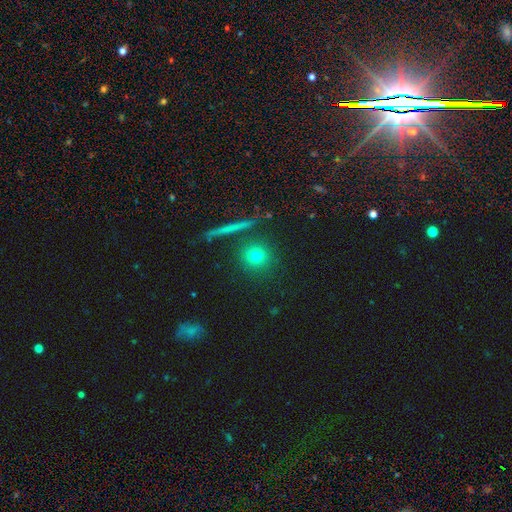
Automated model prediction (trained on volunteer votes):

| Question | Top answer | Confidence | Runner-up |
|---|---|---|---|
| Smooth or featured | smooth | 74% | star or artifact (15%) |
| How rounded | round | 92% | in between (6%) |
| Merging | none | 86% | minor disturbance (7%) |